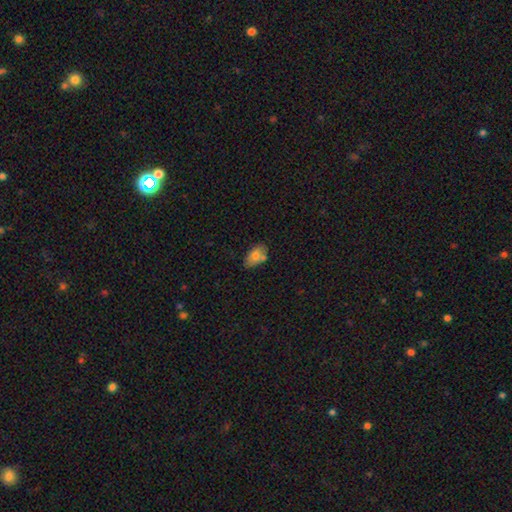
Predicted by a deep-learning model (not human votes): A smooth galaxy with no disk features (77%) that is in between round and cigar-shaped (92%). Merging: none (60%).